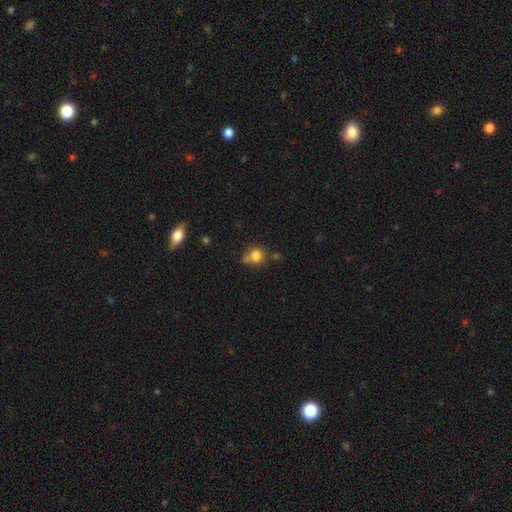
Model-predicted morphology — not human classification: The model was most divided on "merging": none: 58%, merger: 21%, minor disturbance: 16%, major disturbance: 5%. More confident: how rounded — round (86%); smooth or featured — smooth (80%).